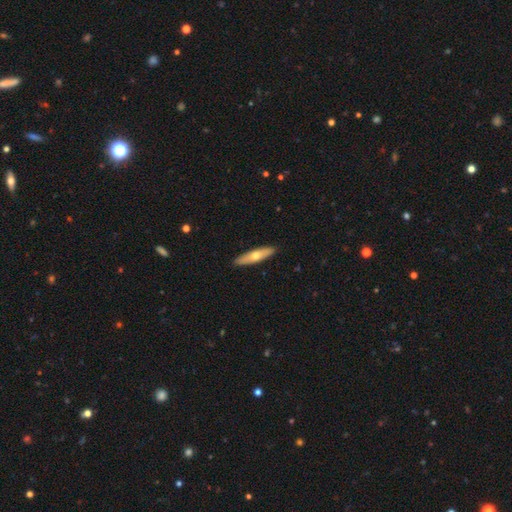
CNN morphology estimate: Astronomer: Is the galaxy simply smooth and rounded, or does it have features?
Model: smooth — 56% (runner-up: featured or disk, 39%).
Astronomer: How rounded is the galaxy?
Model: cigar-shaped — 75%.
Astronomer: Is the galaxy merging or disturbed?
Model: none — 90%.